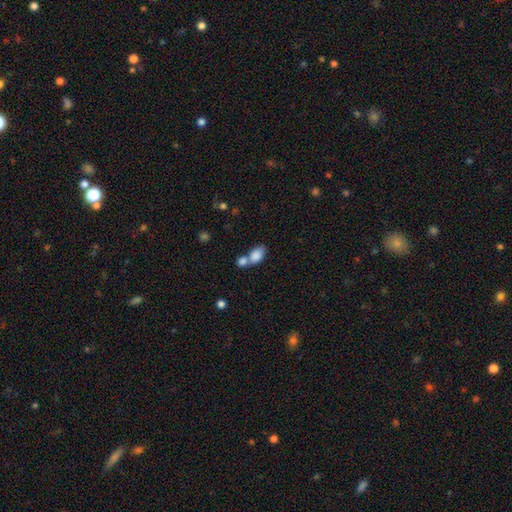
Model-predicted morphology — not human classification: A smooth galaxy with no disk features (83%) that is in between round and cigar-shaped (87%).

Vote fractions:
- Smooth or featured? smooth: 83% / featured or disk: 10% / star or artifact: 8%
- How rounded? in between: 87% / round: 10% / cigar-shaped: 3%
- Merging? merger: 56% / none: 30% / minor disturbance: 10% / major disturbance: 5%